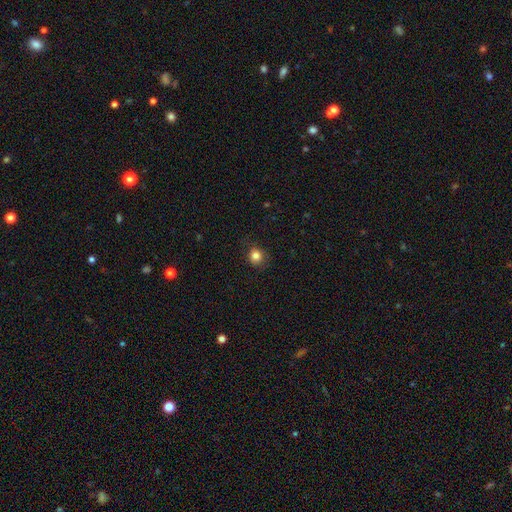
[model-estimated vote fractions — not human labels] This appears to be a smooth galaxy with no disk features (83%) that is round (85%). Merging: none (84%).